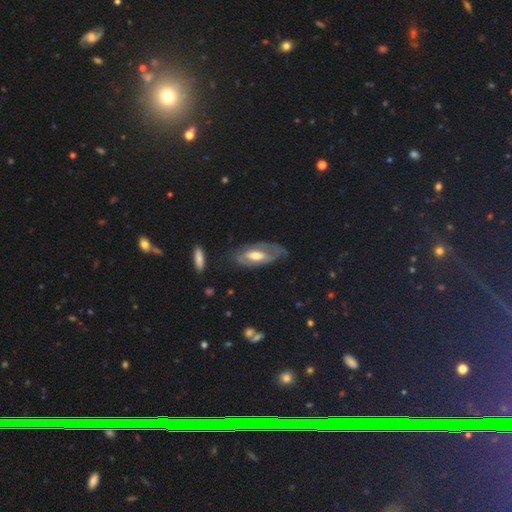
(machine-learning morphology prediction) Smooth or featured?
  - featured or disk: 67% *
  - smooth: 27%
  - star or artifact: 6%
Edge-on disk?
  - no: 86% *
  - yes: 14%
Bar?
  - no: 48% *
  - weak: 35%
  - strong: 17%
Spiral arms?
  - yes: 56% *
  - no: 44%
Bulge size?
  - moderate: 59% *
  - large: 19%
  - small: 18%
  - none: 2%
  - dominant: 1%
Merging?
  - none: 60% *
  - minor disturbance: 23%
  - major disturbance: 15%
  - merger: 2%